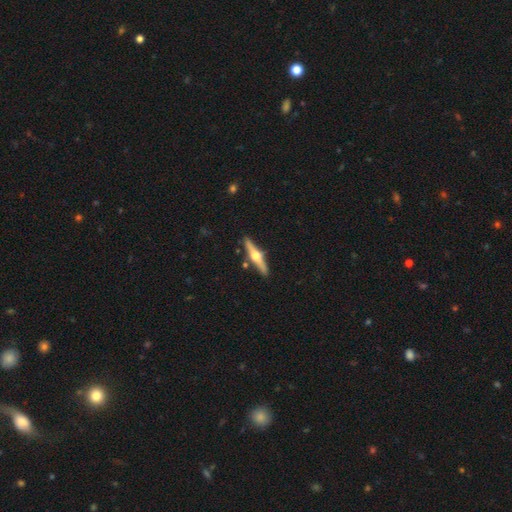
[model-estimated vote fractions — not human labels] Morphology: type=featured or disk (74%); edge-on=yes (97%); edge-on bulge=rounded (96%); merging=none (88%).